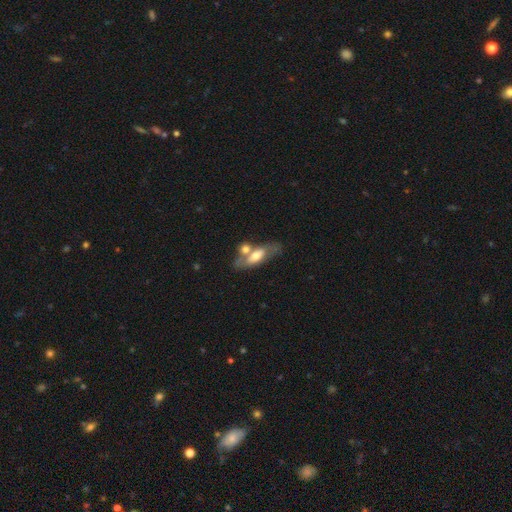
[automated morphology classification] Smooth or featured? smooth (51%)
How rounded? in between (67%)
Merging? none (41%)